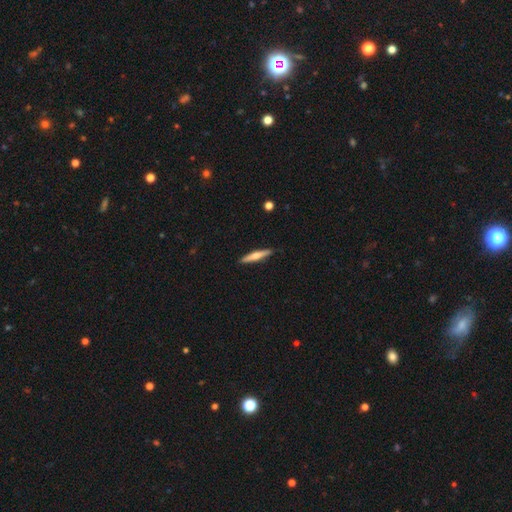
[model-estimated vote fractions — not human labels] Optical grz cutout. It shows a smooth galaxy with no disk features (52%) that is cigar-shaped (90%). Merging: none (89%).